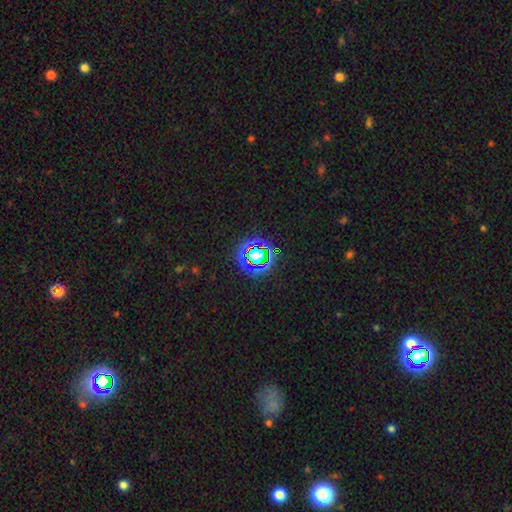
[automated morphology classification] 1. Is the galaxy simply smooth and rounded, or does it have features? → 65% star or artifact, 23% smooth, 12% featured or disk.